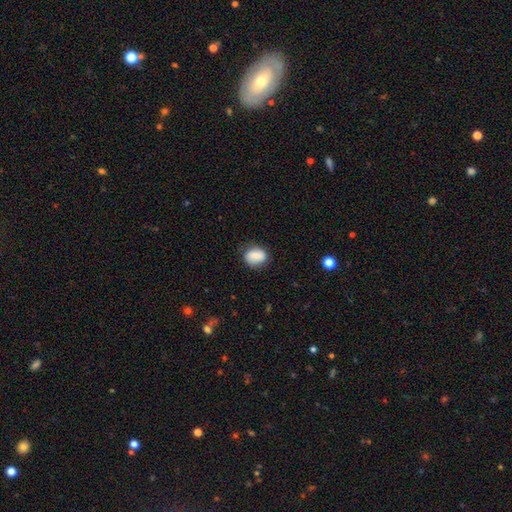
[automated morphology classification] smooth 79%, featured or disk 13%, star or artifact 8%. Down the decision tree: how rounded — in between (57%); merging — none (71%).